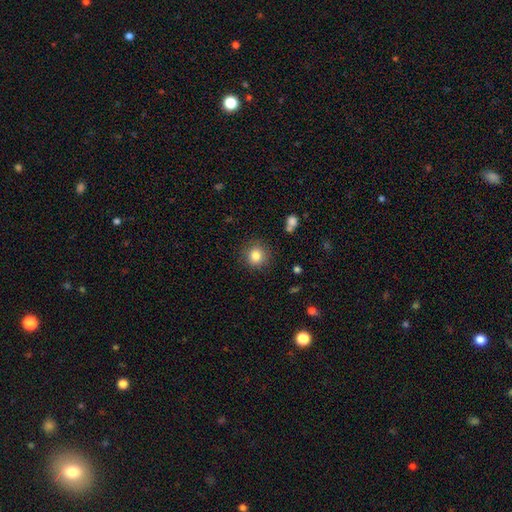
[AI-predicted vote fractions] Smooth or featured? Predicted: smooth (p=0.83). How rounded? Predicted: round (p=0.91). Merging? Predicted: none (p=0.86).